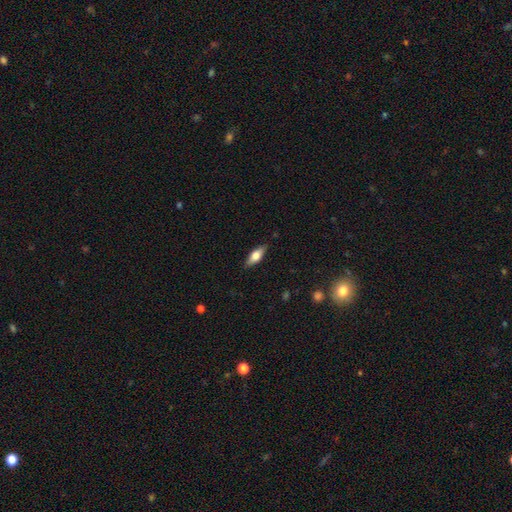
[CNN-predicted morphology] Smooth or featured?
  - smooth: 57% *
  - featured or disk: 36%
  - star or artifact: 7%
How rounded?
  - in between: 63% *
  - cigar-shaped: 34%
  - round: 3%
Merging?
  - none: 85% *
  - minor disturbance: 11%
  - major disturbance: 2%
  - merger: 1%